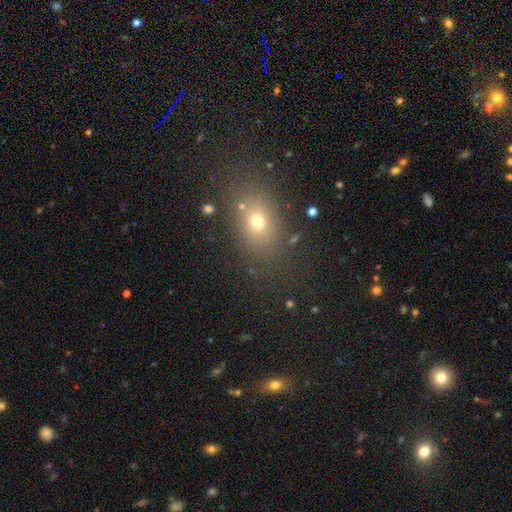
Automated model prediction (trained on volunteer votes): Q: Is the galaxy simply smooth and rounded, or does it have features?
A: smooth — 59%.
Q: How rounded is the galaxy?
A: in between — 62%.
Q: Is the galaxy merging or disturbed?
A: none — 82%.